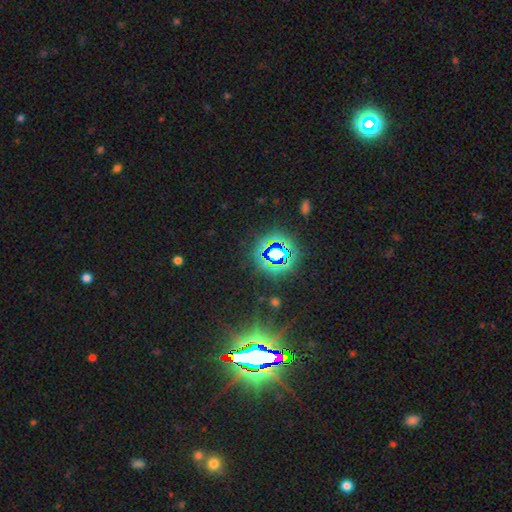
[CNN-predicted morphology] The model was most divided on "smooth or featured": star or artifact: 84%, smooth: 10%, featured or disk: 7%.